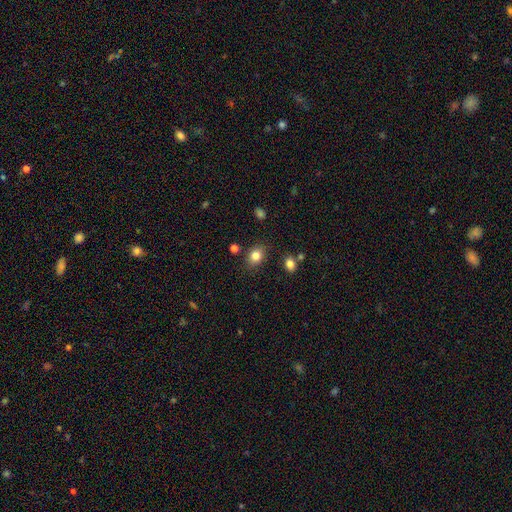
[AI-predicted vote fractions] Overall: smooth (83%). How rounded: in between (53%; round 46%). Merging: none (82%).